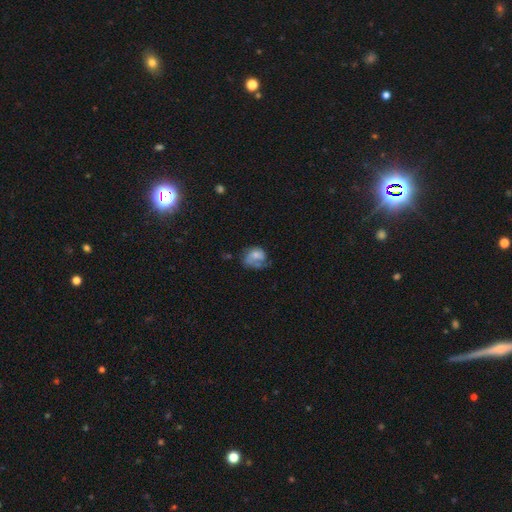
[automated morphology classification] type=featured or disk (50%); edge-on=no (97%); merging=major disturbance (35%, tied with none).